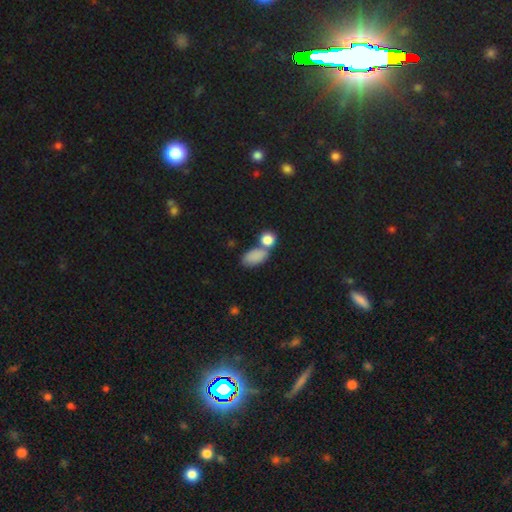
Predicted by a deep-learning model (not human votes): A smooth galaxy with no disk features (84%) that is in between round and cigar-shaped (86%). Merging: none (45%).